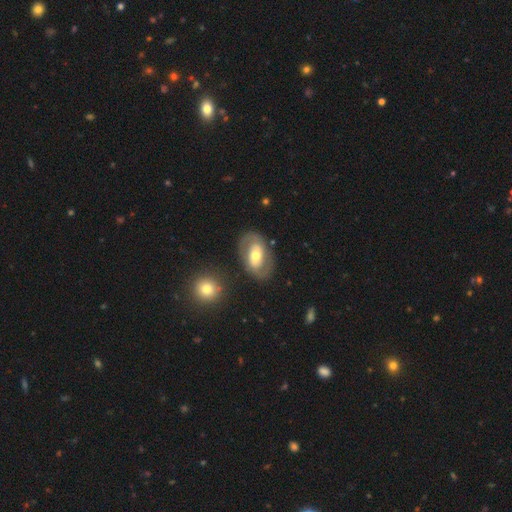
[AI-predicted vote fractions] Smooth or featured?
  - featured or disk: 65% *
  - smooth: 30%
  - star or artifact: 6%
Edge-on disk?
  - no: 95% *
  - yes: 5%
Bar?
  - no: 45% *
  - weak: 33%
  - strong: 22%
Spiral arms?
  - yes: 59% *
  - no: 41%
Bulge size?
  - moderate: 68% *
  - small: 17%
  - large: 13%
  - dominant: 1%
  - none: 1%
Merging?
  - none: 76% *
  - minor disturbance: 13%
  - major disturbance: 7%
  - merger: 3%